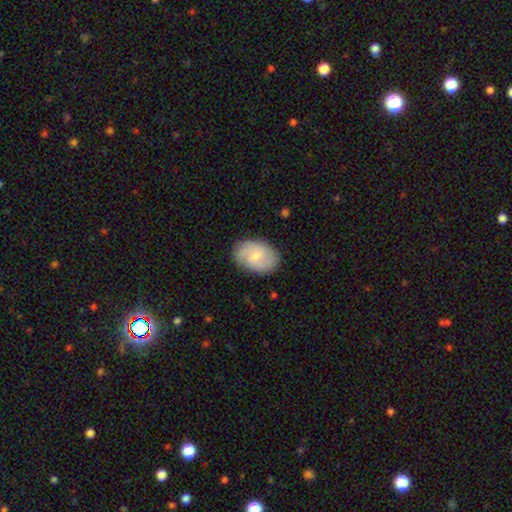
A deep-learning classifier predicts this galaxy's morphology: Overall: smooth (54%; featured or disk 40%). How rounded: in between (82%). Merging: none (81%).